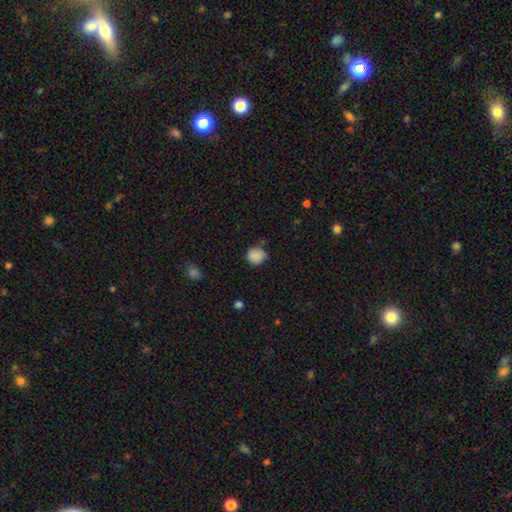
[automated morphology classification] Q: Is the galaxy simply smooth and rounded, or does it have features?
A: smooth — 86%.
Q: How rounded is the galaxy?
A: round — 86%.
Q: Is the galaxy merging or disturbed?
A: none — 71%.